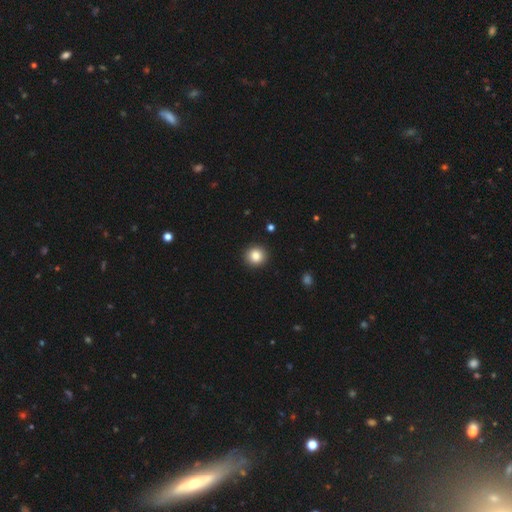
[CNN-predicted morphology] Overall: smooth (85%). How rounded: round (93%). Merging: none (93%).